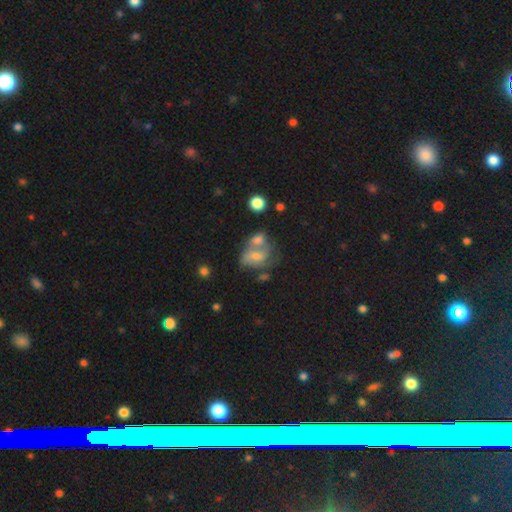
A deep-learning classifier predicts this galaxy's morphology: smooth-or-featured: featured or disk: 50% | smooth: 40% | star or artifact: 10%
  merging: merger: 50% | none: 24% | minor disturbance: 14% | major disturbance: 12%